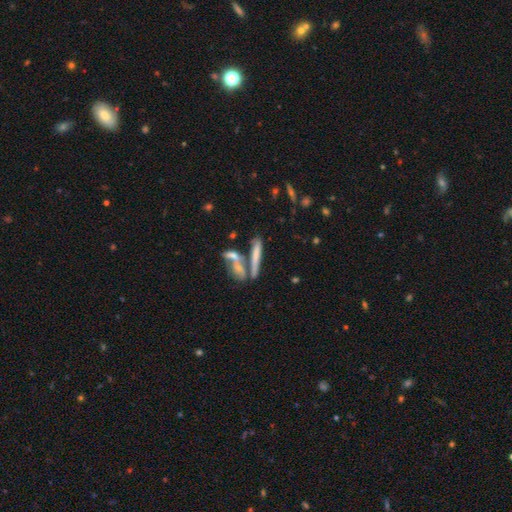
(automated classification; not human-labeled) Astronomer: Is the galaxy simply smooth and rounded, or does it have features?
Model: smooth — 57% (runner-up: featured or disk, 33%).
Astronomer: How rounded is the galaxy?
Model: cigar-shaped — 83%.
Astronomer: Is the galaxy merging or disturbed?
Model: none — 46% (runner-up: merger, 38%).